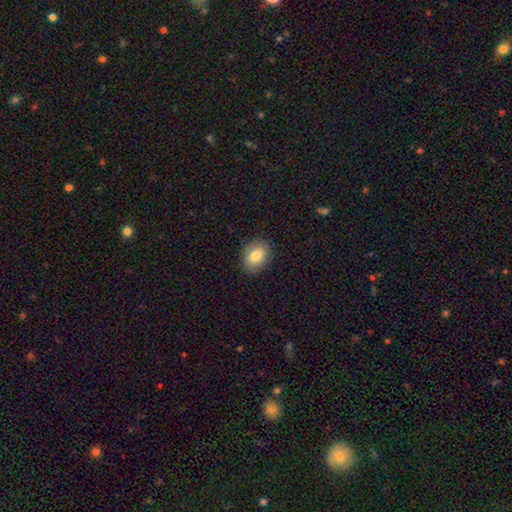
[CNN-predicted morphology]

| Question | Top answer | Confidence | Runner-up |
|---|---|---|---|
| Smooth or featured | smooth | 82% | featured or disk (10%) |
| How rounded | in between | 61% | round (38%) |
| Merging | none | 87% | minor disturbance (10%) |